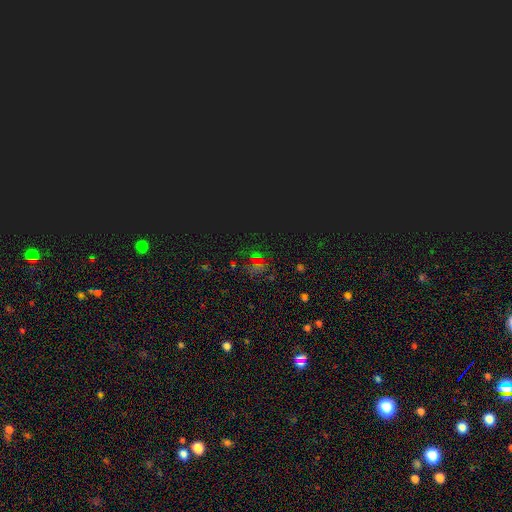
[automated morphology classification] Q: Smooth or featured?
A: star or artifact (56%); runner-up: smooth (31%)